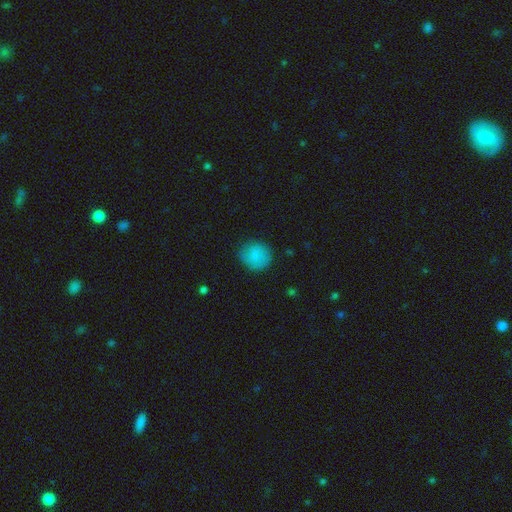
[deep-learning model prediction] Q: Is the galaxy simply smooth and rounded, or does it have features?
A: smooth — 82%.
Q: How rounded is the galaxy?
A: round — 86%.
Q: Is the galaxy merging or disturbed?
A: none — 78%.